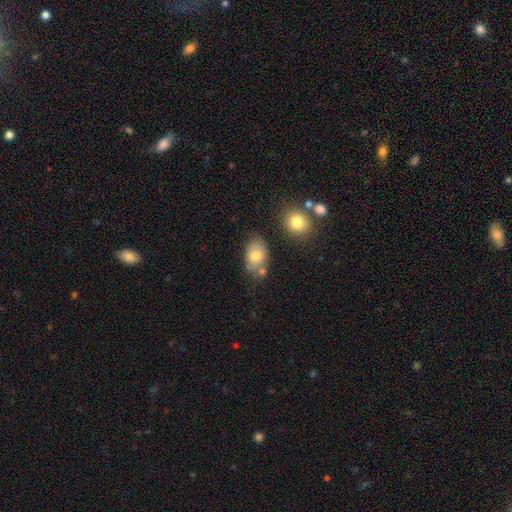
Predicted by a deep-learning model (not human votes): A smooth galaxy with no disk features (78%) that is in between round and cigar-shaped (85%). Merging: none (63%).